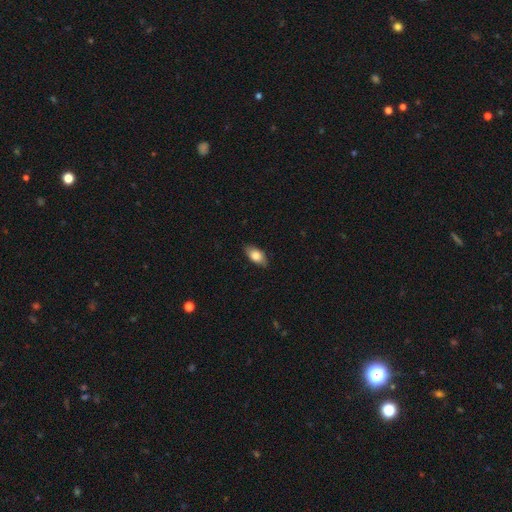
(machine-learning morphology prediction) smooth-or-featured: smooth: 80% | featured or disk: 13% | star or artifact: 7%
  how-rounded: in between: 90% | cigar-shaped: 5% | round: 5%
  merging: none: 83% | minor disturbance: 14% | major disturbance: 2% | merger: 1%